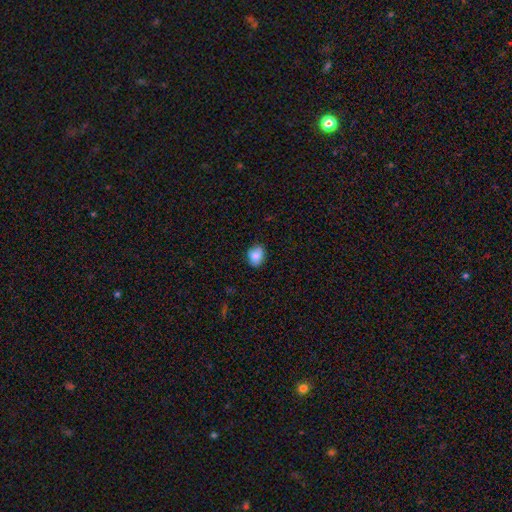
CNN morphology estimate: Smooth or featured? smooth (84%)
How rounded? in between (61%)
Merging? none (80%)